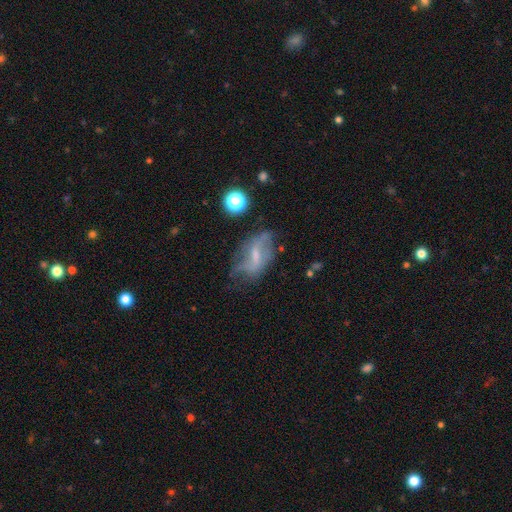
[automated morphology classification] Smooth or featured? Predicted: featured or disk (p=0.61). Edge-on disk? Predicted: no (p=0.91). Bar? Predicted: weak (p=0.47). Spiral arms? Predicted: yes (p=0.64). Bulge size? Predicted: small (p=0.44). Merging? Predicted: none (p=0.45).